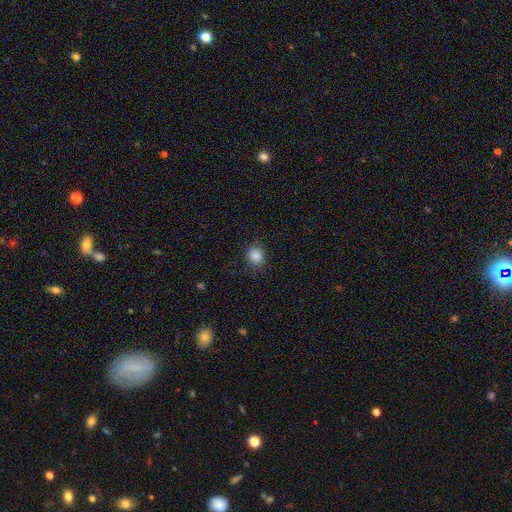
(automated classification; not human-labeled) Morphology: type=smooth (87%); roundness=round (75%); merging=none (85%).